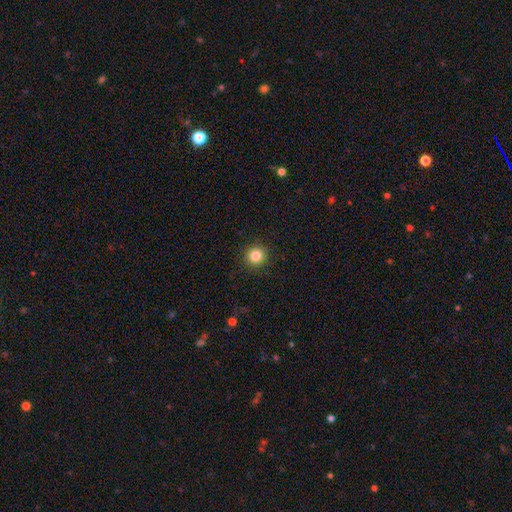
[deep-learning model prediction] This is clearly a smooth galaxy (84%). How rounded: clearly round (94%). Merging: clearly none (92%).